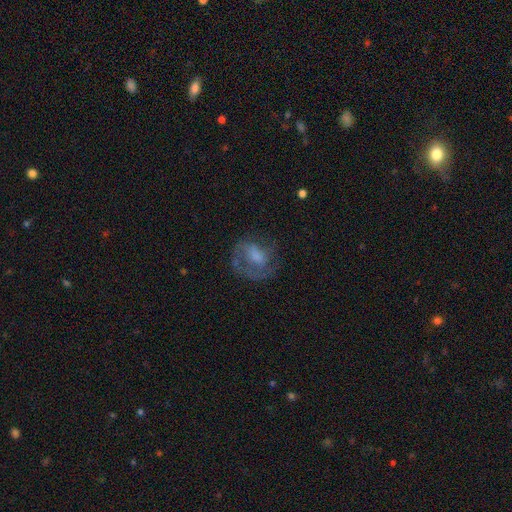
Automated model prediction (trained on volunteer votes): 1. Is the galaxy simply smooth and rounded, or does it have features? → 59% featured or disk, 29% smooth, 12% star or artifact.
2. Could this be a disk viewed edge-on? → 97% no, 3% yes.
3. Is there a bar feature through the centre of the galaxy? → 55% no, 36% weak, 9% strong.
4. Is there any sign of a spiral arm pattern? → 71% yes, 29% no.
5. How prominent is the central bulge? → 36% moderate, 25% small, 23% none, 15% large, 2% dominant.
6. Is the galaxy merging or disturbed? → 55% none, 23% major disturbance, 20% minor disturbance, 2% merger.